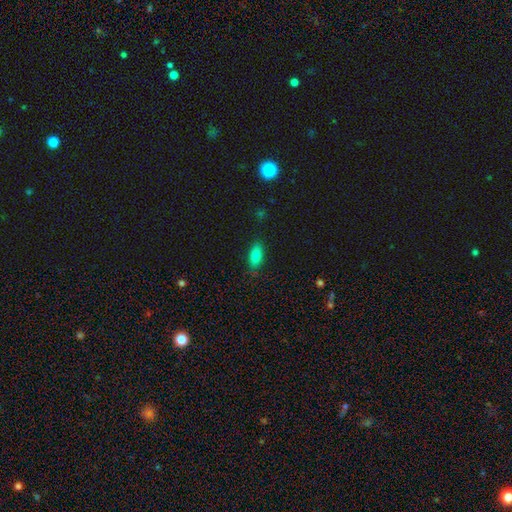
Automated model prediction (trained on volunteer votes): Q: Smooth or featured?
A: smooth (83%); runner-up: star or artifact (9%)
Q: How rounded?
A: in between (85%); runner-up: cigar-shaped (12%)
Q: Merging?
A: none (82%); runner-up: minor disturbance (13%)